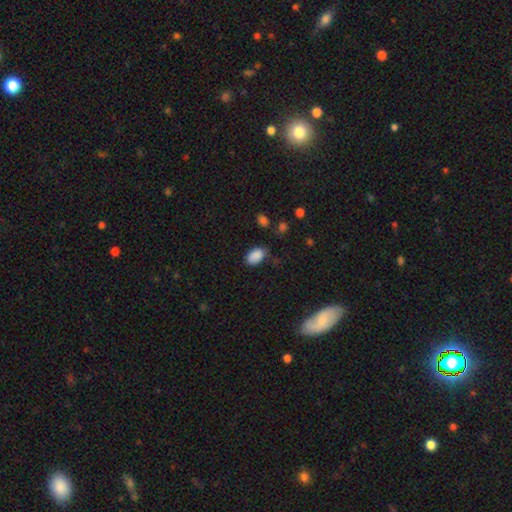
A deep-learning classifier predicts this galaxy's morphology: A smooth galaxy with no disk features (88%) that is in between round and cigar-shaped (92%).

Vote fractions:
- Smooth or featured? smooth: 88% / star or artifact: 8% / featured or disk: 3%
- How rounded? in between: 92% / round: 7% / cigar-shaped: 1%
- Merging? none: 71% / minor disturbance: 21% / major disturbance: 5% / merger: 3%